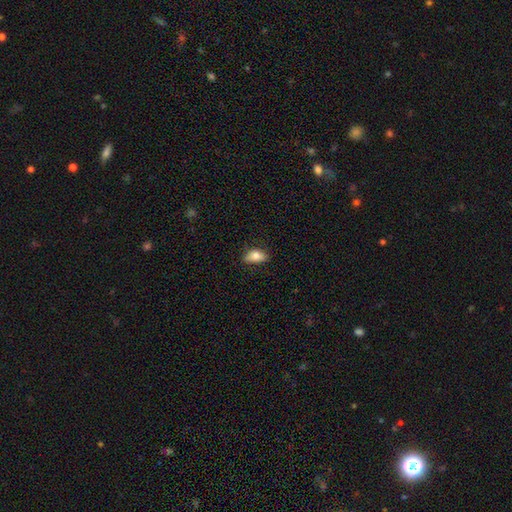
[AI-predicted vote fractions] smooth-or-featured: smooth: 79% | featured or disk: 13% | star or artifact: 8%
  how-rounded: in between: 87% | cigar-shaped: 7% | round: 6%
  merging: none: 72% | minor disturbance: 22% | major disturbance: 4% | merger: 1%